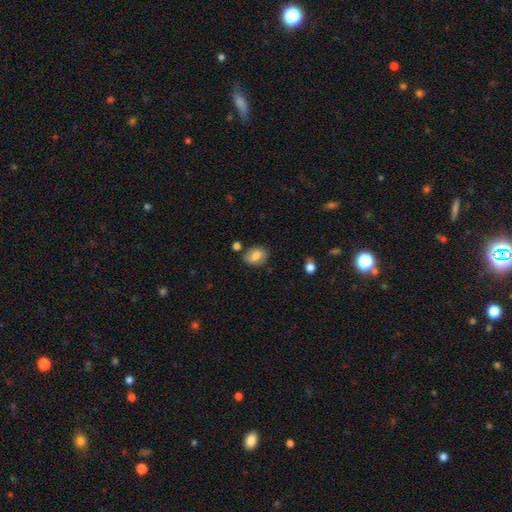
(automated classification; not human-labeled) A smooth galaxy with no disk features (74%) that is in between round and cigar-shaped (71%). Merging: none (74%).